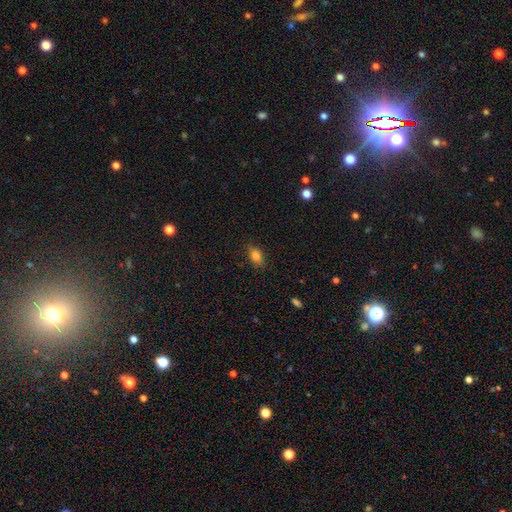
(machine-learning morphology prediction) Smooth or featured? smooth (83%)
How rounded? in between (80%)
Merging? none (82%)